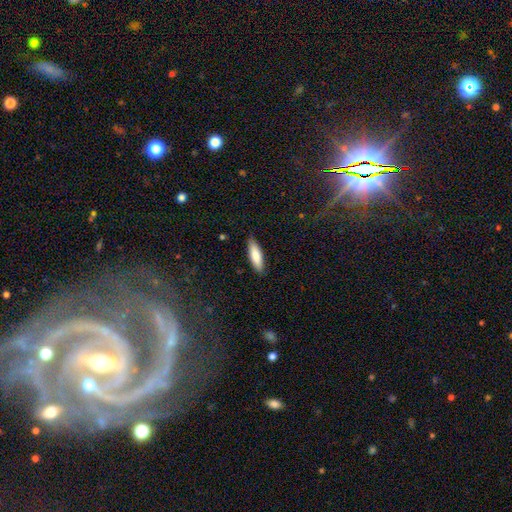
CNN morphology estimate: Smooth or featured: smooth — 82% (featured or disk — 13%)
How rounded: cigar-shaped — 57% (in between — 42%)
Merging: none — 88% (minor disturbance — 9%)